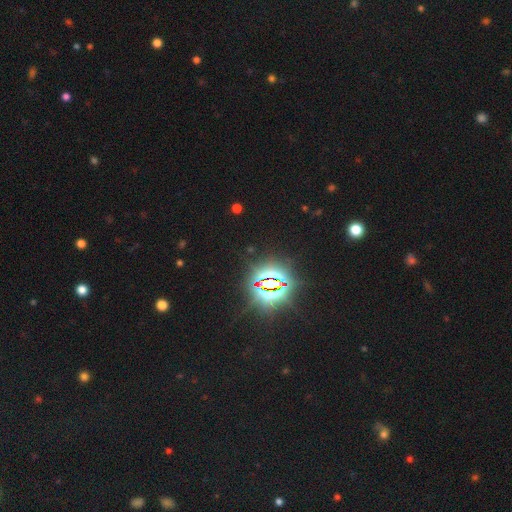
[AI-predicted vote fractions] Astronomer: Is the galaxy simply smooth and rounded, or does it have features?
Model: star or artifact — 85%.